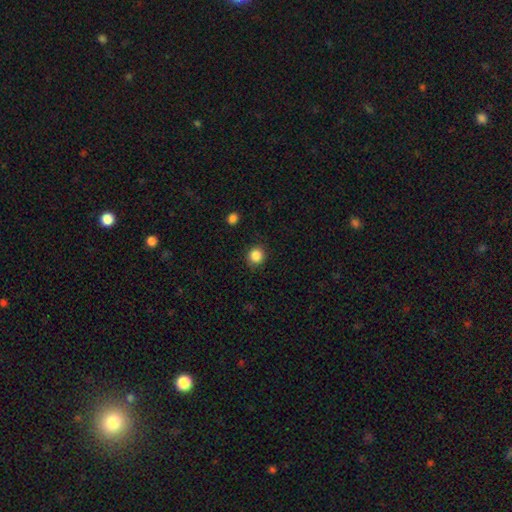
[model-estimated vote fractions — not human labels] Smooth or featured: smooth — 86% (star or artifact — 10%)
How rounded: round — 90% (in between — 10%)
Merging: none — 89% (minor disturbance — 8%)